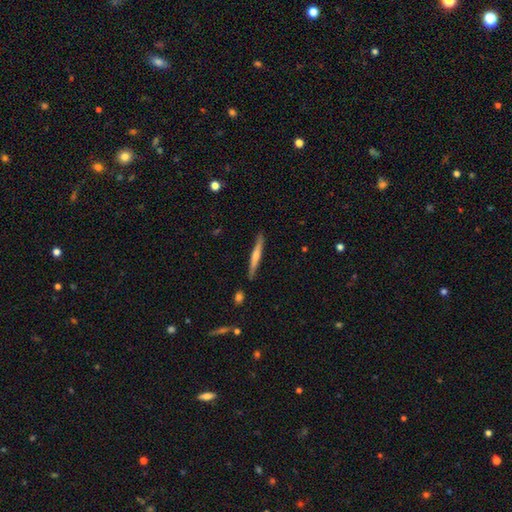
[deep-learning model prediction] Morphology: type=smooth (48%); merging=none (87%).